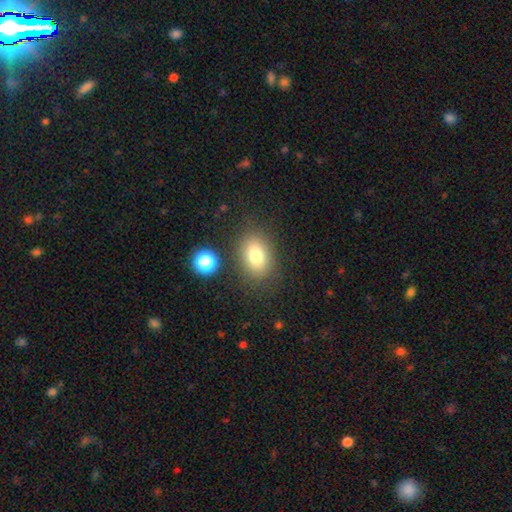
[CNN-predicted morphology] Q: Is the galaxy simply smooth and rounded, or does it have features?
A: smooth — 77%.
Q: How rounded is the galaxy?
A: in between — 71%.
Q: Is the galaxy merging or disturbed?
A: none — 81%.